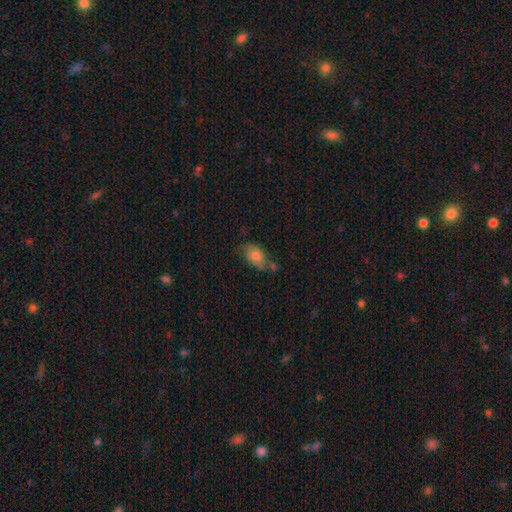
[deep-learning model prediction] Q: Smooth or featured?
A: smooth (78%); runner-up: featured or disk (14%)
Q: How rounded?
A: in between (89%); runner-up: round (8%)
Q: Merging?
A: none (52%); runner-up: minor disturbance (25%)